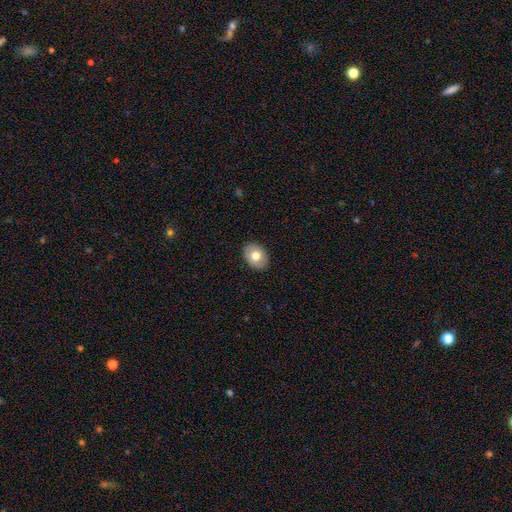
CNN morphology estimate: type=smooth (69%); roundness=in between (59%); merging=none (88%).